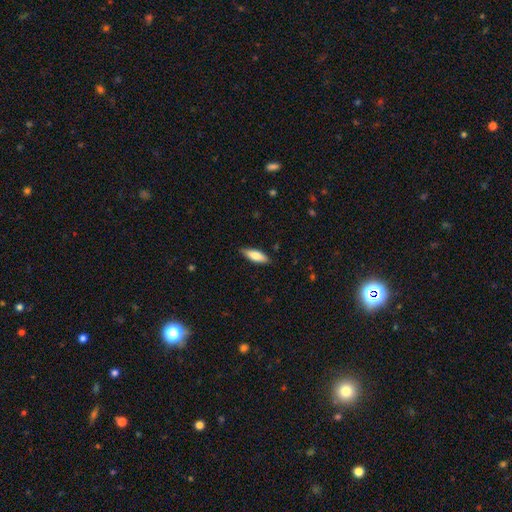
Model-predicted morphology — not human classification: A smooth galaxy with no disk features (77%) that is in between round and cigar-shaped (64%).

Vote fractions:
- Smooth or featured? smooth: 77% / featured or disk: 17% / star or artifact: 6%
- How rounded? in between: 64% / cigar-shaped: 34% / round: 2%
- Merging? none: 84% / minor disturbance: 13% / major disturbance: 2% / merger: 1%